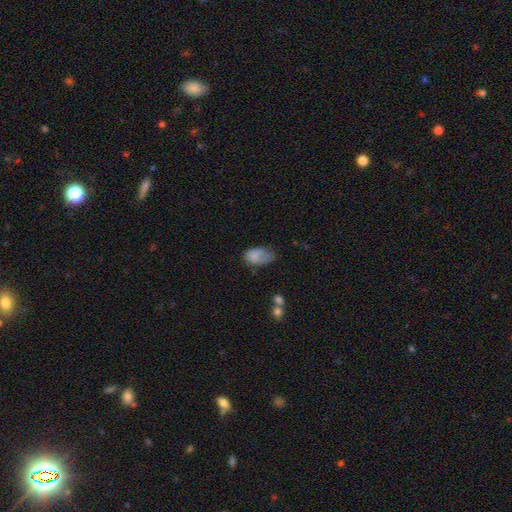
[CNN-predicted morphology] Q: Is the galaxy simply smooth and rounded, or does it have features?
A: smooth — 78%.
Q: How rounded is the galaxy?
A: in between — 91%.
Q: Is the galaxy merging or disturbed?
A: none — 38%.